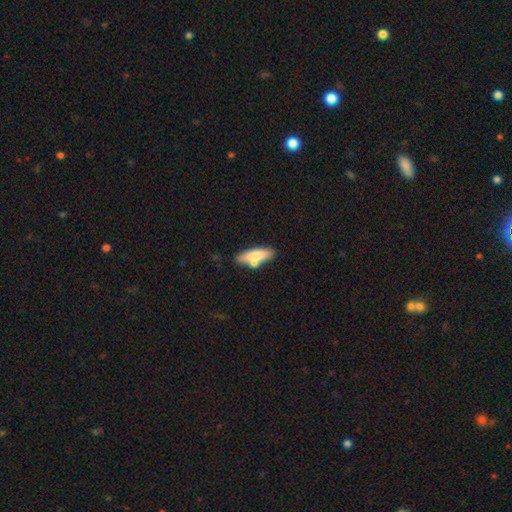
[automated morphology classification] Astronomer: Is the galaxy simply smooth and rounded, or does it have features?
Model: smooth — 77%.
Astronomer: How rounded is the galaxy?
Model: cigar-shaped — 52% (runner-up: in between, 46%).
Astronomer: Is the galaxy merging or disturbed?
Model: none — 67%.